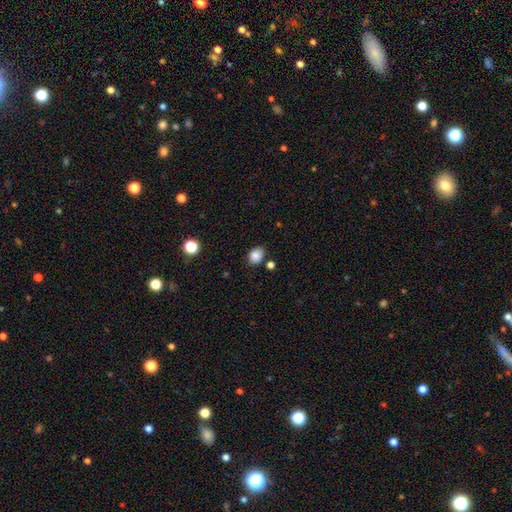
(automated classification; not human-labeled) Smooth or featured?
  - smooth: 85% *
  - star or artifact: 10%
  - featured or disk: 4%
How rounded?
  - in between: 53% *
  - round: 46%
  - cigar-shaped: 1%
Merging?
  - none: 78% *
  - minor disturbance: 14%
  - merger: 5%
  - major disturbance: 3%